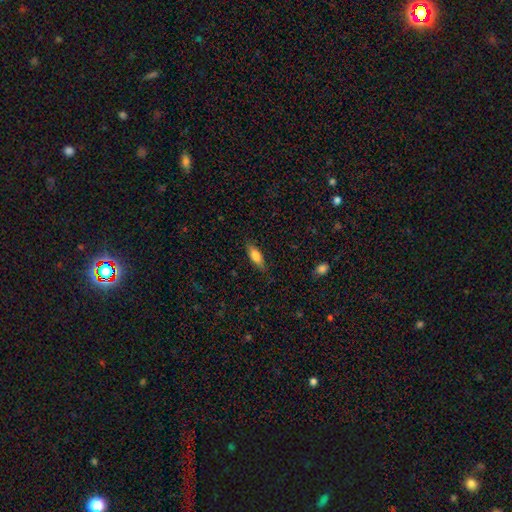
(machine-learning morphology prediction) A smooth galaxy with no disk features (74%) that is in between round and cigar-shaped (63%). Merging: none (84%).